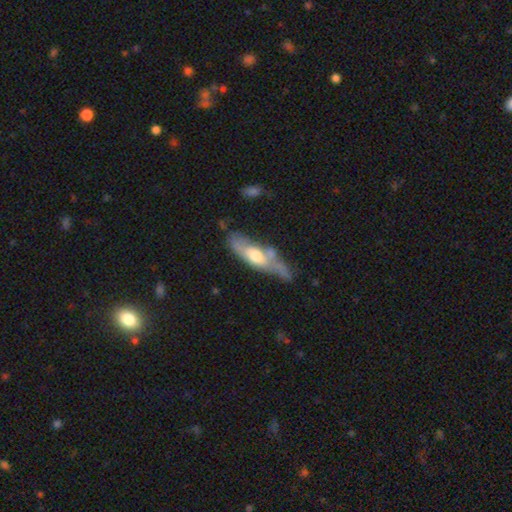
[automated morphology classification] type=featured or disk (54%); edge-on=no (58%); merging=none (42%).